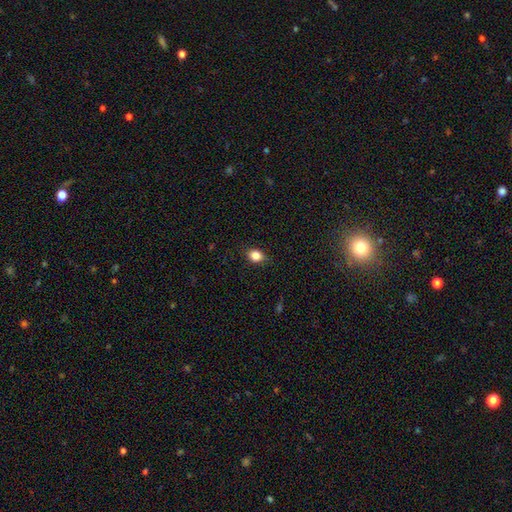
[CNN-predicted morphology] Smooth or featured?
  - smooth: 84% *
  - star or artifact: 10%
  - featured or disk: 6%
How rounded?
  - in between: 51% *
  - round: 47%
  - cigar-shaped: 1%
Merging?
  - none: 83% *
  - minor disturbance: 13%
  - major disturbance: 3%
  - merger: 1%